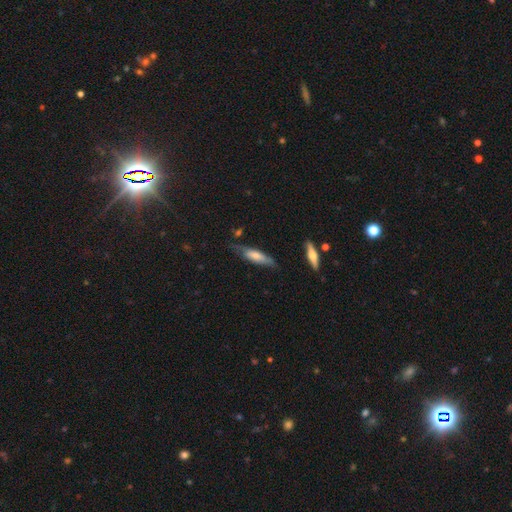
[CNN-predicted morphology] Smooth or featured?
  - smooth: 57% *
  - featured or disk: 37%
  - star or artifact: 6%
How rounded?
  - cigar-shaped: 67% *
  - in between: 32%
  - round: 2%
Merging?
  - none: 62% *
  - minor disturbance: 27%
  - major disturbance: 8%
  - merger: 3%